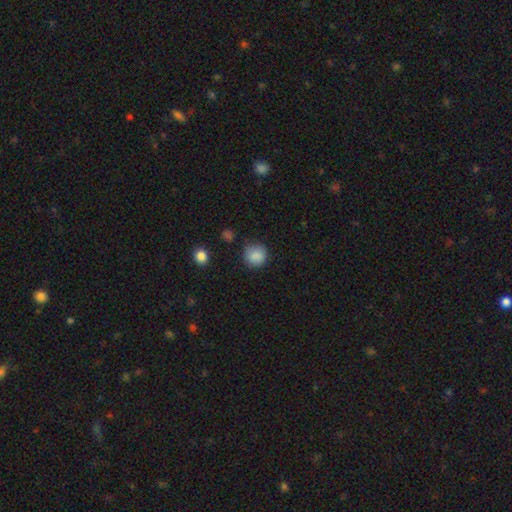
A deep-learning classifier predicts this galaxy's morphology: type=smooth (86%); roundness=round (89%); merging=none (78%).